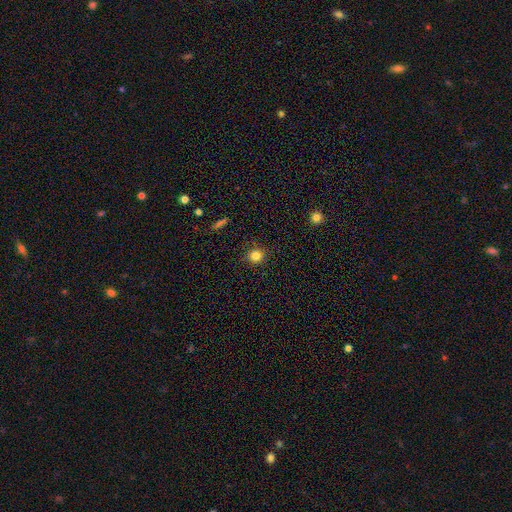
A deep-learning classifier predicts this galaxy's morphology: Smooth or featured? Predicted: smooth (p=0.82). How rounded? Predicted: round (p=0.87). Merging? Predicted: none (p=0.88).